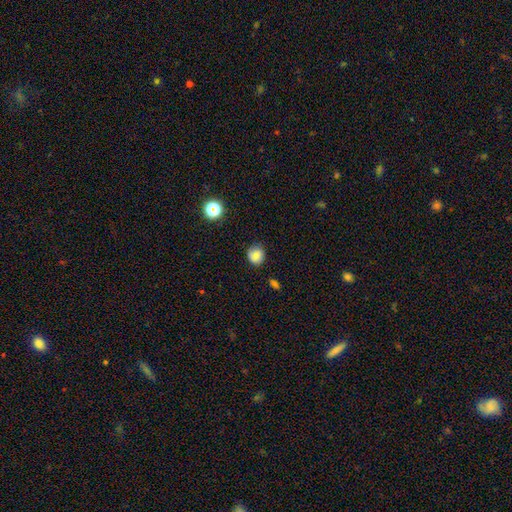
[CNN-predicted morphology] smooth_or_featured: smooth (p=0.77) [alt: featured or disk p=0.12]
how_rounded: round (p=0.80) [alt: in between p=0.20]
merging: none (p=0.75) [alt: minor disturbance p=0.20]